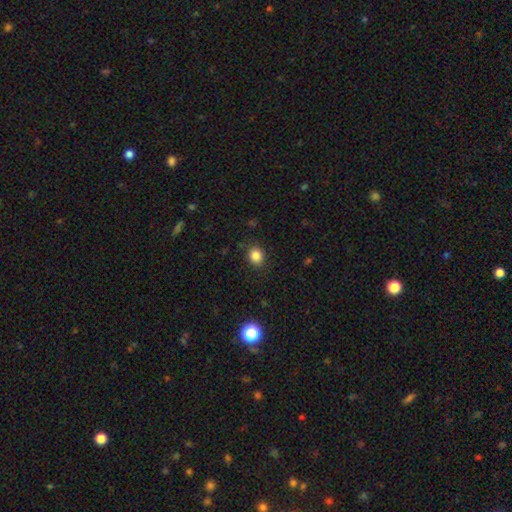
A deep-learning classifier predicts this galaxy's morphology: A smooth galaxy with no disk features (84%) that is round (68%).

Vote fractions:
- Smooth or featured? smooth: 84% / star or artifact: 11% / featured or disk: 4%
- How rounded? round: 68% / in between: 31% / cigar-shaped: 1%
- Merging? none: 86% / minor disturbance: 10% / major disturbance: 3% / merger: 1%